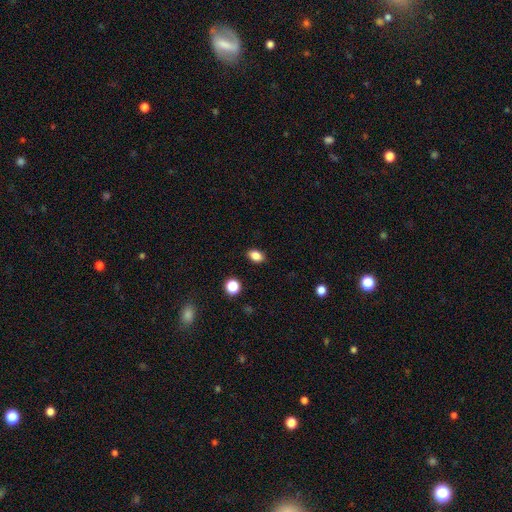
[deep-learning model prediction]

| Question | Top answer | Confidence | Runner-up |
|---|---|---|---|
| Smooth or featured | smooth | 85% | star or artifact (10%) |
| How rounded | in between | 80% | round (18%) |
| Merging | none | 88% | minor disturbance (9%) |